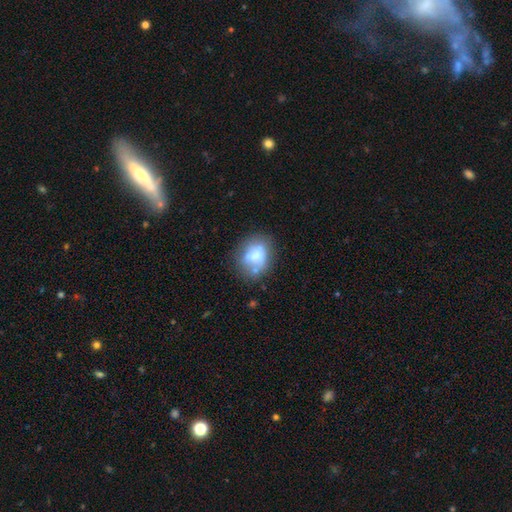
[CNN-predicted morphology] smooth_or_featured: smooth (p=0.54) [alt: featured or disk p=0.37]
how_rounded: in between (p=0.54) [alt: round p=0.45]
merging: none (p=0.44) [alt: minor disturbance p=0.23]